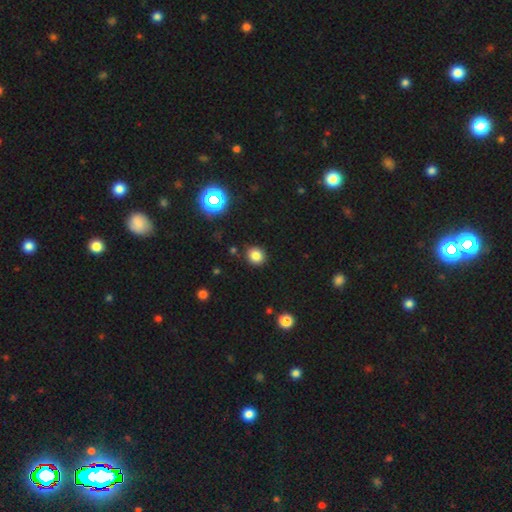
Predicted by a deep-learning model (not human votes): Smooth or featured? smooth (81%)
How rounded? round (83%)
Merging? none (89%)